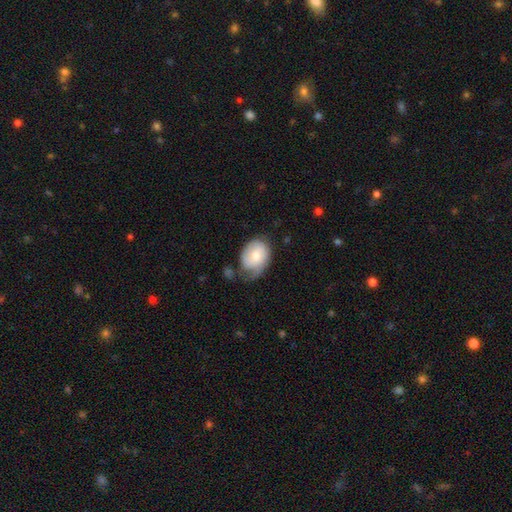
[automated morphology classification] This is likely a smooth galaxy (63%). How rounded: likely in between (62%). Merging: marginally minor disturbance (41%).